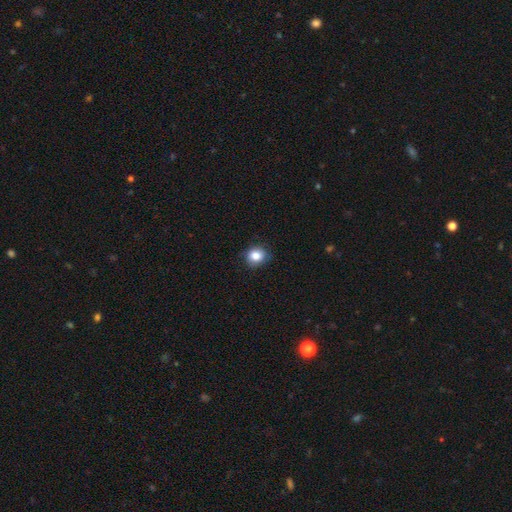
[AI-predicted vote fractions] Smooth or featured? Predicted: smooth (p=0.84). How rounded? Predicted: round (p=0.74). Merging? Predicted: none (p=0.80).